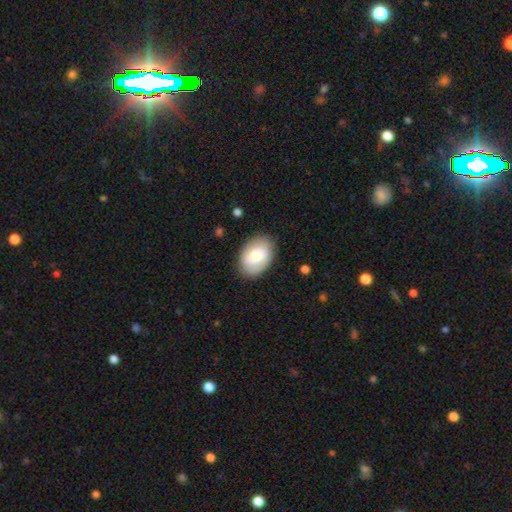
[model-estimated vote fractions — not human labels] Smooth or featured: smooth — 73% (featured or disk — 21%)
How rounded: in between — 82% (round — 17%)
Merging: none — 84% (minor disturbance — 11%)